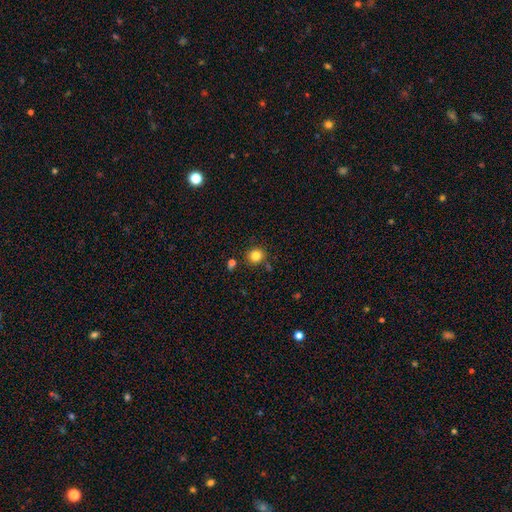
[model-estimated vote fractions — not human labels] Smooth or featured? smooth (83%)
How rounded? round (89%)
Merging? none (85%)